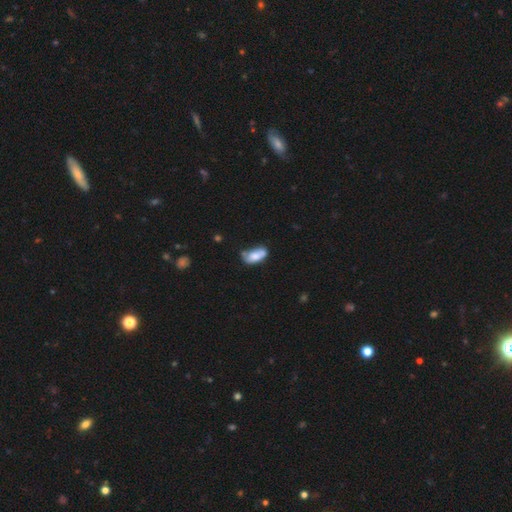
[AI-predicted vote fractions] Smooth or featured? Predicted: smooth (p=0.73). How rounded? Predicted: in between (p=0.89). Merging? Predicted: none (p=0.39).